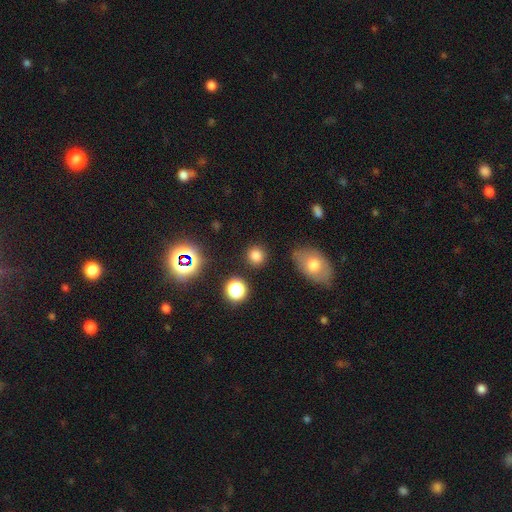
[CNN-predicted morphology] A smooth galaxy with no disk features (77%) that is round (89%).

Vote fractions:
- Smooth or featured? smooth: 77% / star or artifact: 17% / featured or disk: 6%
- How rounded? round: 89% / in between: 9% / cigar-shaped: 1%
- Merging? none: 87% / minor disturbance: 7% / major disturbance: 3% / merger: 2%